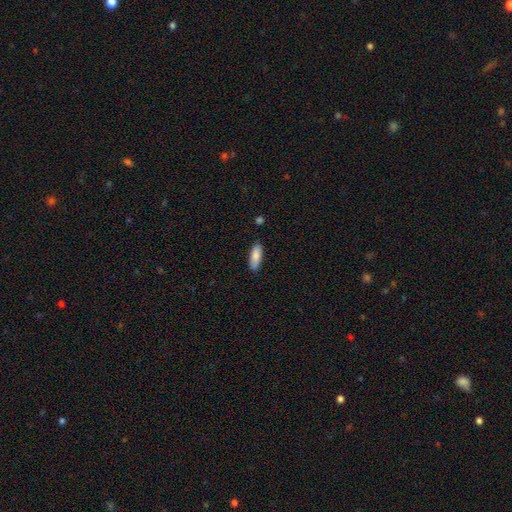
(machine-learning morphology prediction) smooth_or_featured: smooth (p=0.85) [alt: featured or disk p=0.09]
how_rounded: in between (p=0.66) [alt: cigar-shaped p=0.32]
merging: none (p=0.86) [alt: minor disturbance p=0.11]